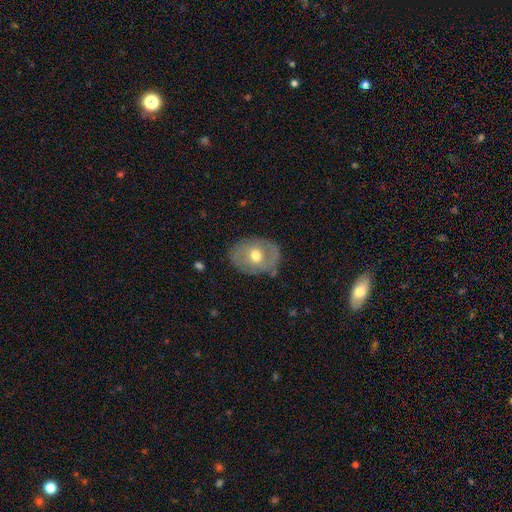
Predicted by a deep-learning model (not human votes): The model was most divided on "smooth or featured": smooth: 49%, featured or disk: 44%, star or artifact: 7%. More confident: merging — none (74%).